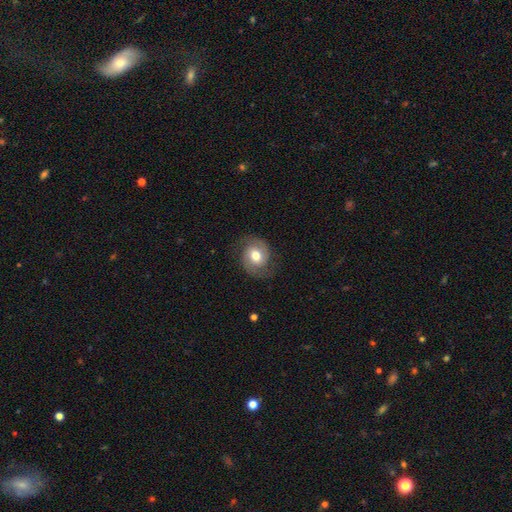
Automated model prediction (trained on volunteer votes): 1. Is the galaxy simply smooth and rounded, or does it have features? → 74% featured or disk, 19% smooth, 6% star or artifact.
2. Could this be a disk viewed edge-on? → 98% no, 2% yes.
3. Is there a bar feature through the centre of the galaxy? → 56% no, 35% weak, 9% strong.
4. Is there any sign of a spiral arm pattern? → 92% yes, 8% no.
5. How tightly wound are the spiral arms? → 48% medium, 34% tight, 17% loose.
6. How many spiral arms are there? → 91% 2, 4% can't tell, 2% 1, 1% 3, 1% 4, 1% more than 4.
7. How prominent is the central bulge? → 72% moderate, 17% large, 8% small, 1% dominant, 1% none.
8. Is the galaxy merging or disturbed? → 78% none, 15% minor disturbance, 6% major disturbance, 1% merger.